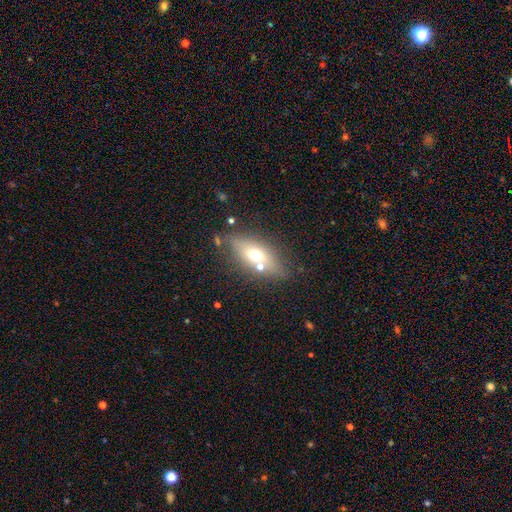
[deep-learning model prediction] A smooth galaxy with no disk features (55%) that is in between round and cigar-shaped (72%).

Vote fractions:
- Smooth or featured? smooth: 55% / featured or disk: 34% / star or artifact: 11%
- How rounded? in between: 72% / cigar-shaped: 18% / round: 10%
- Merging? none: 71% / minor disturbance: 13% / merger: 10% / major disturbance: 6%